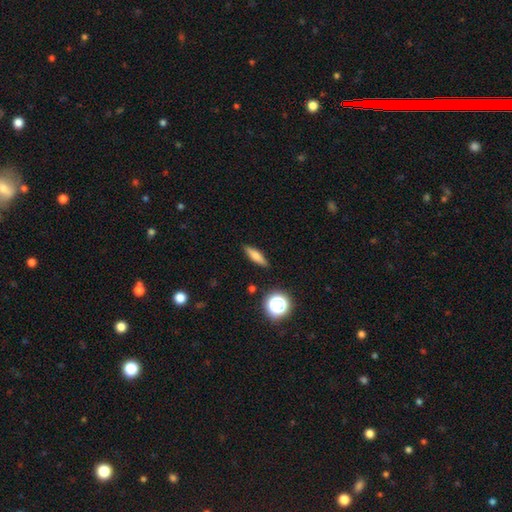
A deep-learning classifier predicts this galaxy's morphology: Q: Smooth or featured?
A: smooth (69%); runner-up: featured or disk (21%)
Q: How rounded?
A: cigar-shaped (64%); runner-up: in between (30%)
Q: Merging?
A: none (87%); runner-up: minor disturbance (9%)